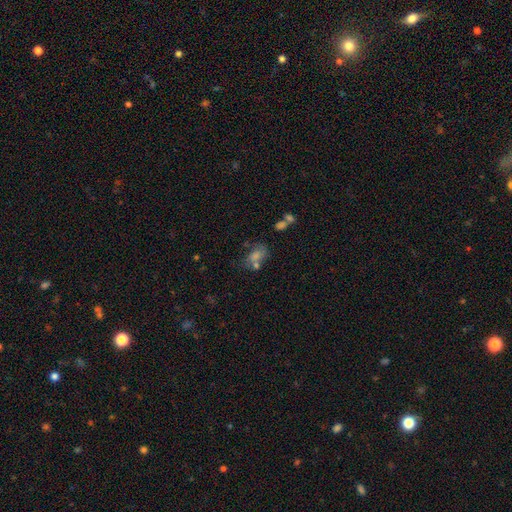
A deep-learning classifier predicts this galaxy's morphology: smooth_or_featured: smooth (p=0.54) [alt: star or artifact p=0.24]
how_rounded: in between (p=0.76) [alt: round p=0.20]
merging: none (p=0.47) [alt: merger p=0.23]